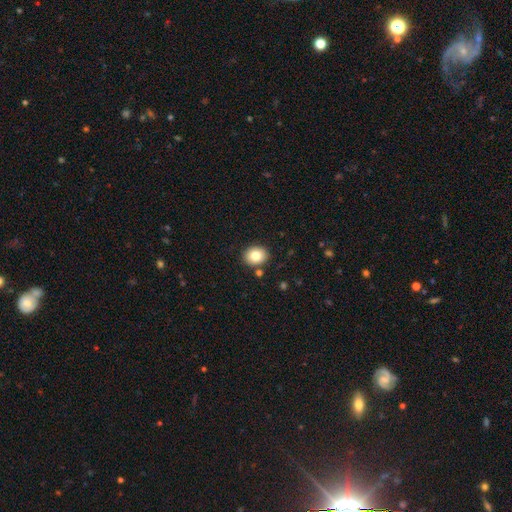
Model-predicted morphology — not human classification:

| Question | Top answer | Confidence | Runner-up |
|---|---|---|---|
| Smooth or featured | smooth | 81% | featured or disk (9%) |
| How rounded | round | 59% | in between (40%) |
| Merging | none | 86% | minor disturbance (8%) |